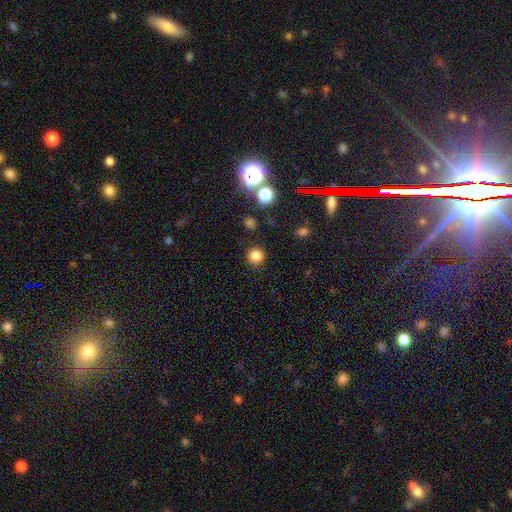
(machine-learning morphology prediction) Smooth or featured? smooth (81%)
How rounded? round (92%)
Merging? none (88%)